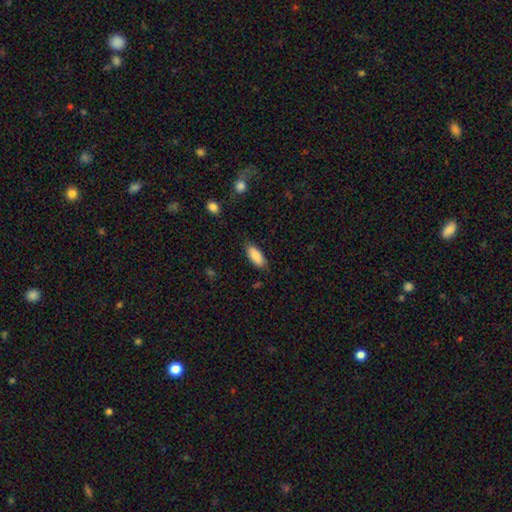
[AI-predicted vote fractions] A smooth galaxy with no disk features (88%) that is in between round and cigar-shaped (82%). Merging: none (82%).